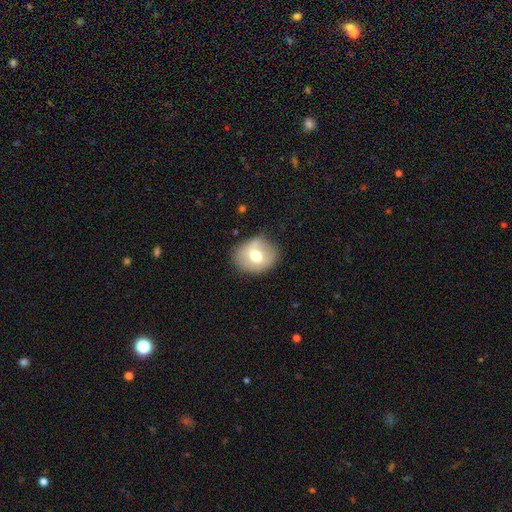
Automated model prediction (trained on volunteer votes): A smooth galaxy with no disk features (62%) that is round (55%).

Vote fractions:
- Smooth or featured? smooth: 62% / featured or disk: 29% / star or artifact: 9%
- How rounded? round: 55% / in between: 44% / cigar-shaped: 1%
- Merging? none: 65% / minor disturbance: 24% / major disturbance: 8% / merger: 3%